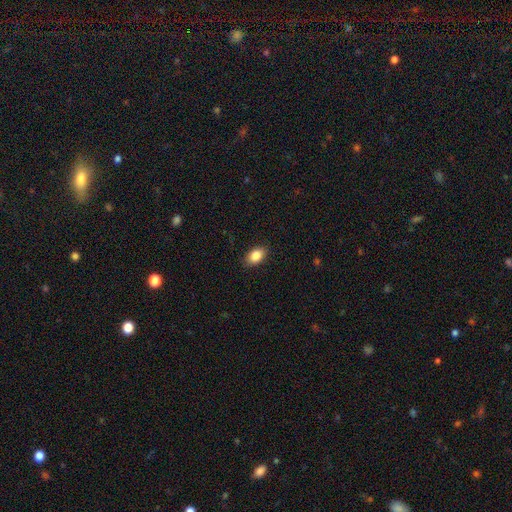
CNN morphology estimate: Smooth or featured: smooth — 86% (star or artifact — 8%)
How rounded: in between — 88% (round — 10%)
Merging: none — 88% (minor disturbance — 9%)